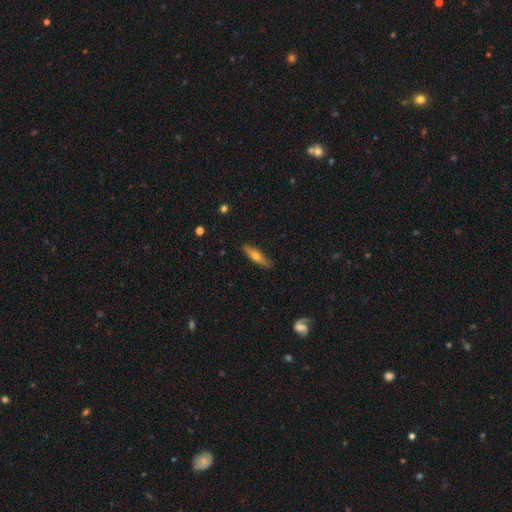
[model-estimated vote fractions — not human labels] Overall: smooth (52%; featured or disk 42%). How rounded: cigar-shaped (74%). Merging: none (88%).